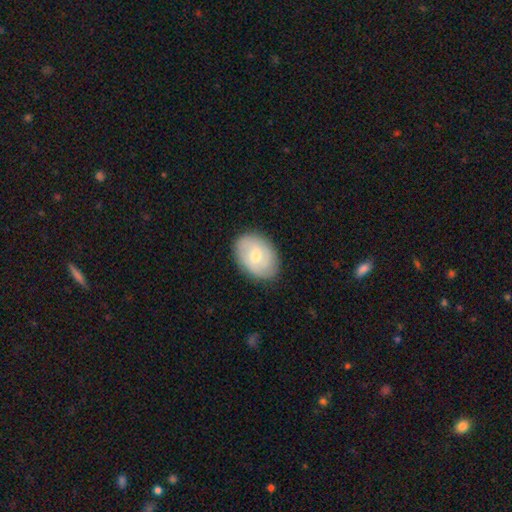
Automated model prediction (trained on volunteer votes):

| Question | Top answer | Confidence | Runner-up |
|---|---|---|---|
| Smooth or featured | smooth | 48% | featured or disk (46%) |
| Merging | none | 83% | minor disturbance (13%) |